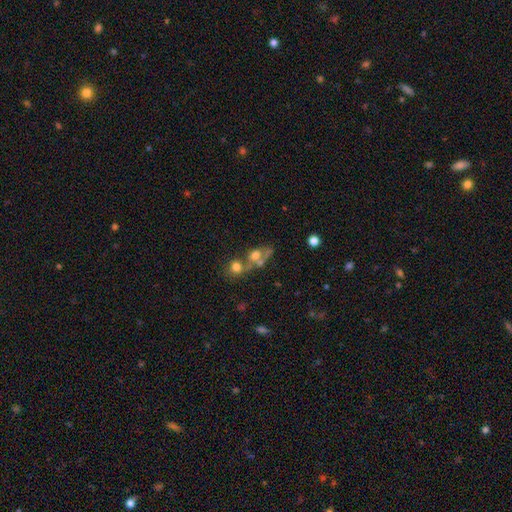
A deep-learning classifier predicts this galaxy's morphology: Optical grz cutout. It shows a smooth galaxy with no disk features (57%) that is in between round and cigar-shaped (49%). Merging: merger (55%).